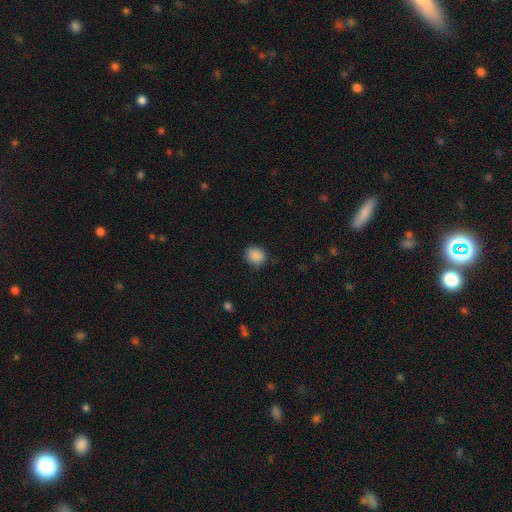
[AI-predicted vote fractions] A smooth galaxy with no disk features (88%) that is round (73%).

Vote fractions:
- Smooth or featured? smooth: 88% / star or artifact: 9% / featured or disk: 3%
- How rounded? round: 73% / in between: 26% / cigar-shaped: 1%
- Merging? none: 81% / minor disturbance: 15% / major disturbance: 4% / merger: 1%